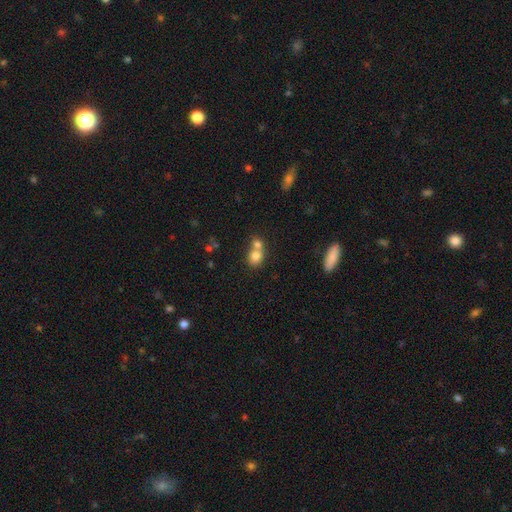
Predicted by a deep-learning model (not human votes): smooth_or_featured: smooth (p=0.77) [alt: featured or disk p=0.12]
how_rounded: round (p=0.63) [alt: in between p=0.36]
merging: merger (p=0.57) [alt: none p=0.34]